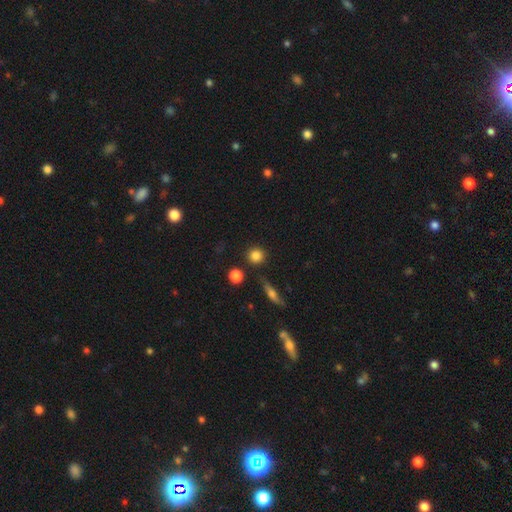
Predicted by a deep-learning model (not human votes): Morphology: type=smooth (84%); roundness=round (92%); merging=none (85%).